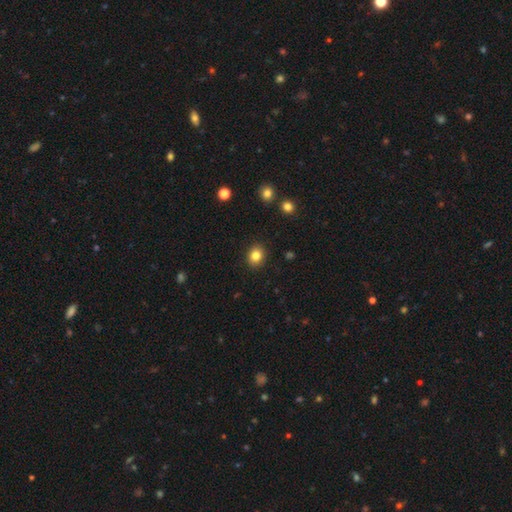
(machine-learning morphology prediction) This appears to be a smooth galaxy with no disk features (83%) that is round (66%). Merging: none (90%).